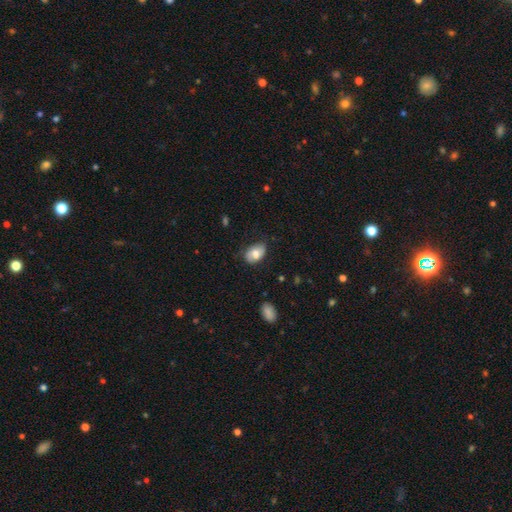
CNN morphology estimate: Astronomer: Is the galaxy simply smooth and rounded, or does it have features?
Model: smooth — 72%.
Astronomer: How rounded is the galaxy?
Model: in between — 88%.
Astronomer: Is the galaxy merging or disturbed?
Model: none — 67%.